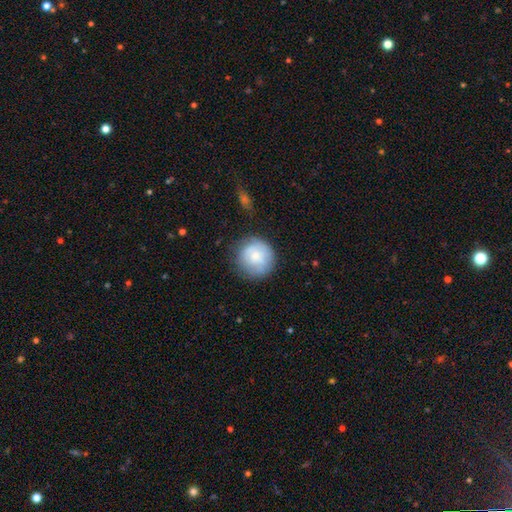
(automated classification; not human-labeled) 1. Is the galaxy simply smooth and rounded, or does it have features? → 67% smooth, 26% featured or disk, 7% star or artifact.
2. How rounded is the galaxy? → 93% round, 6% in between, 1% cigar-shaped.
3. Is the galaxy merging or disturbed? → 74% none, 18% minor disturbance, 6% major disturbance, 3% merger.